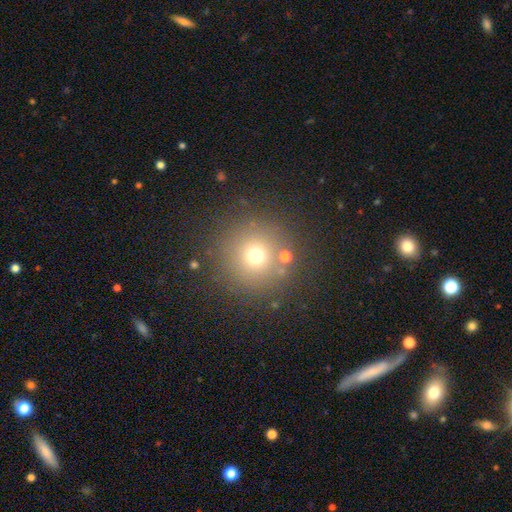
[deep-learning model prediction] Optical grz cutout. It shows a smooth galaxy with no disk features (68%) that is round (95%). Merging: none (84%).